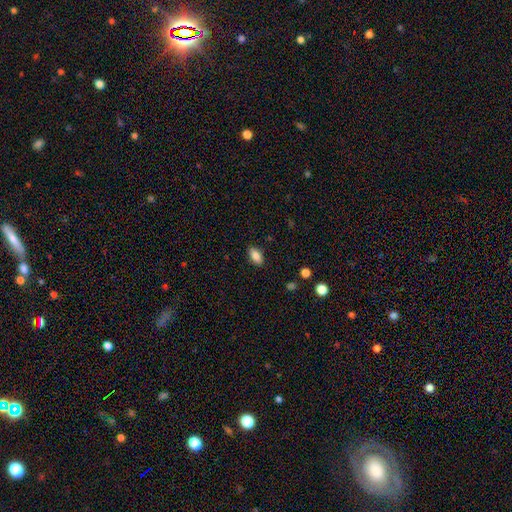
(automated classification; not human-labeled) A smooth galaxy with no disk features (85%) that is in between round and cigar-shaped (91%). Merging: none (88%).